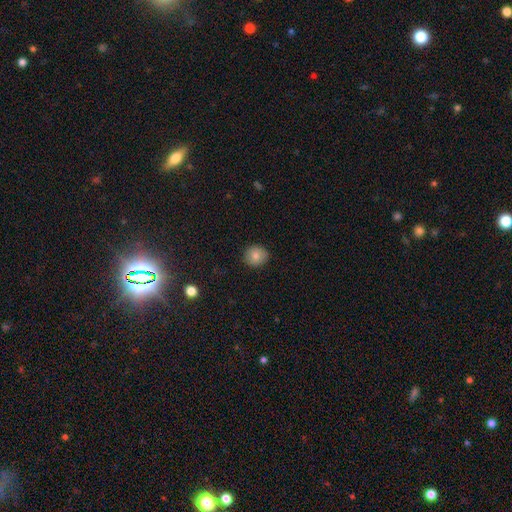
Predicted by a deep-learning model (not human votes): A smooth galaxy with no disk features (81%) that is round (85%).

Vote fractions:
- Smooth or featured? smooth: 81% / featured or disk: 10% / star or artifact: 9%
- How rounded? round: 85% / in between: 14% / cigar-shaped: 1%
- Merging? none: 89% / minor disturbance: 8% / major disturbance: 2% / merger: 1%